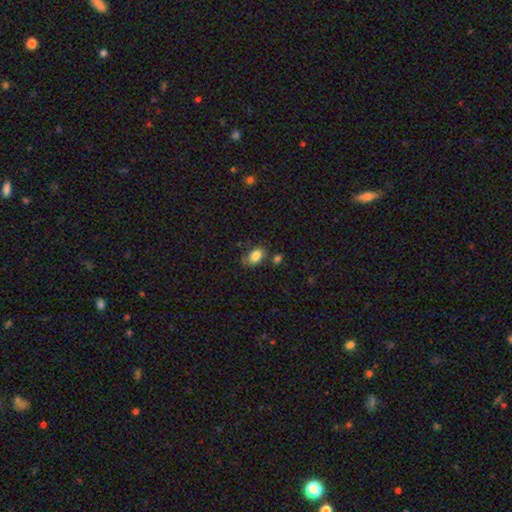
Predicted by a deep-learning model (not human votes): smooth_or_featured: smooth (p=0.82) [alt: featured or disk p=0.10]
how_rounded: in between (p=0.85) [alt: round p=0.14]
merging: none (p=0.59) [alt: minor disturbance p=0.24]